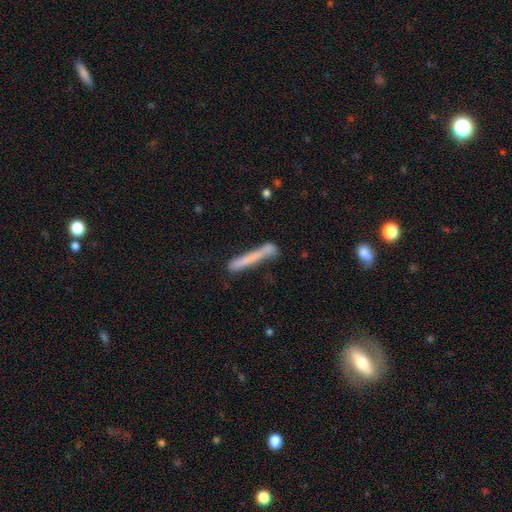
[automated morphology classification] This appears to be a smooth galaxy with no disk features (62%) that is cigar-shaped (96%). Merging: none (67%).